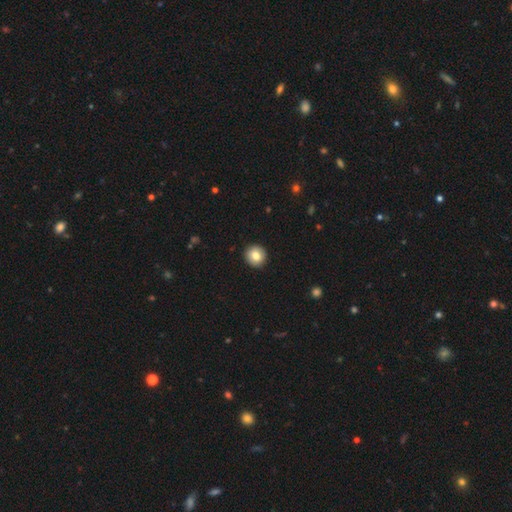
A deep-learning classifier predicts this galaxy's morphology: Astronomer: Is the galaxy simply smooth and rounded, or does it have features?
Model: smooth — 82%.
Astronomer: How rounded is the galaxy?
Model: round — 92%.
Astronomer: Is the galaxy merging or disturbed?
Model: none — 93%.